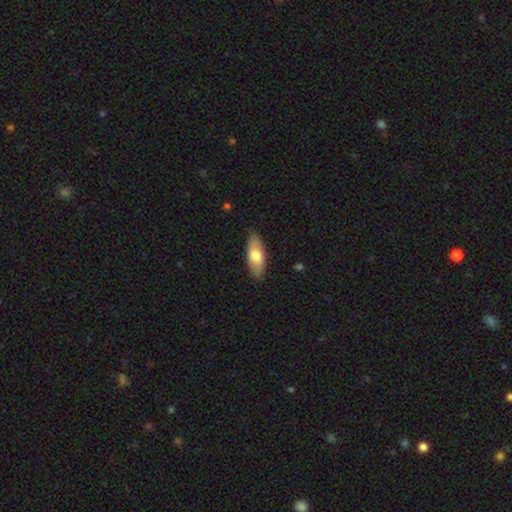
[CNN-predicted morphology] type=smooth (69%); roundness=in between (80%); merging=none (85%).